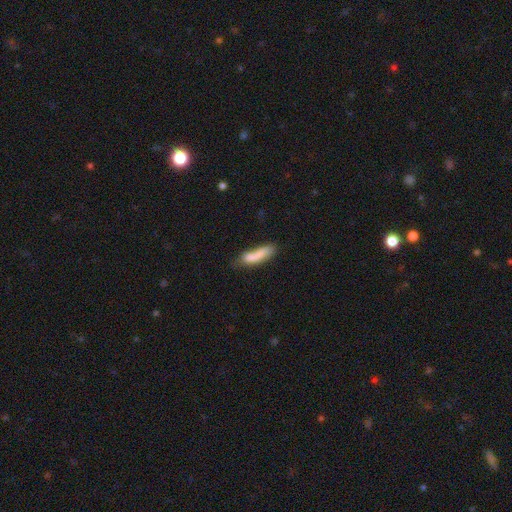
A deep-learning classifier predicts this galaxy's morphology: The model was most divided on "how rounded": cigar-shaped: 55%, in between: 43%, round: 2%. Remaining: smooth or featured — smooth (76%); merging — none (43%).